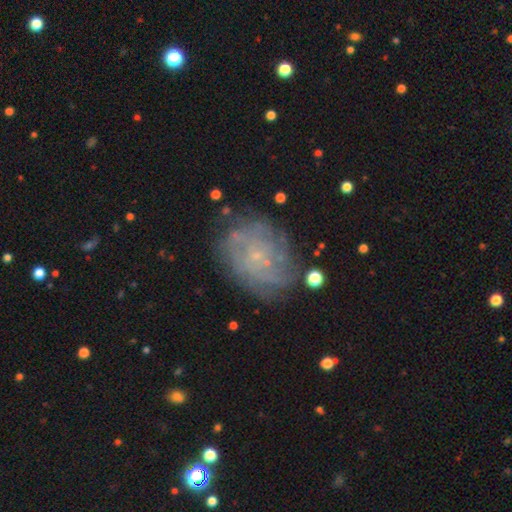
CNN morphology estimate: smooth_or_featured: featured or disk (p=0.64) [alt: smooth p=0.20]
disk_edge_on: no (p=0.97) [alt: yes p=0.03]
bar: no (p=0.78) [alt: weak p=0.19]
has_spiral_arms: yes (p=0.85) [alt: no p=0.15]
spiral_winding: tight (p=0.65) [alt: medium p=0.25]
spiral_arm_count: can't tell (p=0.50) [alt: 4 p=0.12]
bulge_size: small (p=0.82) [alt: moderate p=0.11]
merging: none (p=0.79) [alt: minor disturbance p=0.14]